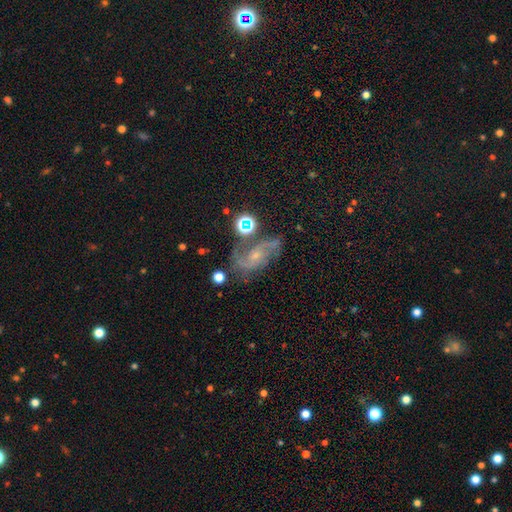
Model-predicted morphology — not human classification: This appears to be a featured or disk galaxy (76%) with no bar (60%), 2 (72%) medium (44%) spiral arms (93%) and a small central bulge (70%). Merging: none (48%).